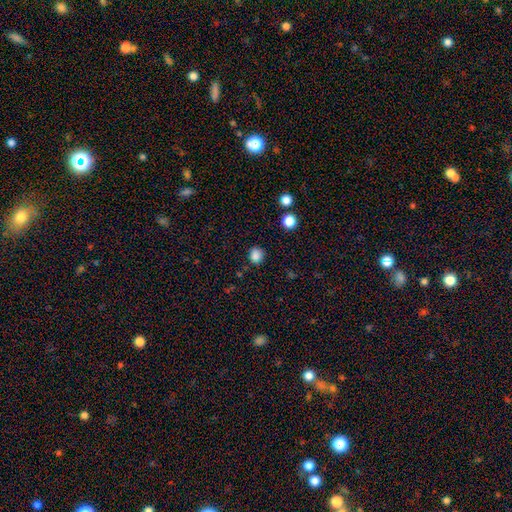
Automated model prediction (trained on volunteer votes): This appears to be a smooth galaxy with no disk features (83%) that is round (82%). Merging: none (81%).